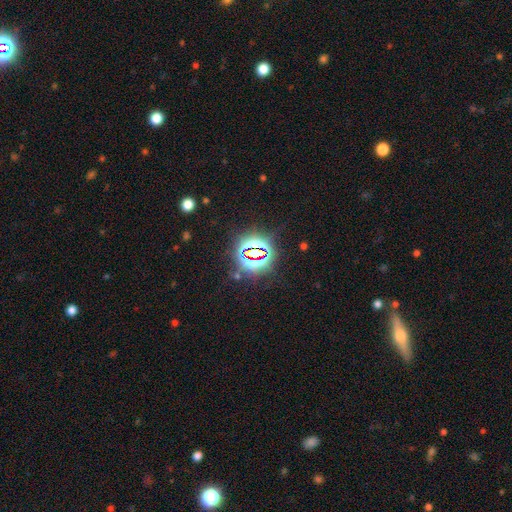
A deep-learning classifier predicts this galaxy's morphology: Q: Smooth or featured?
A: star or artifact (79%); runner-up: smooth (13%)